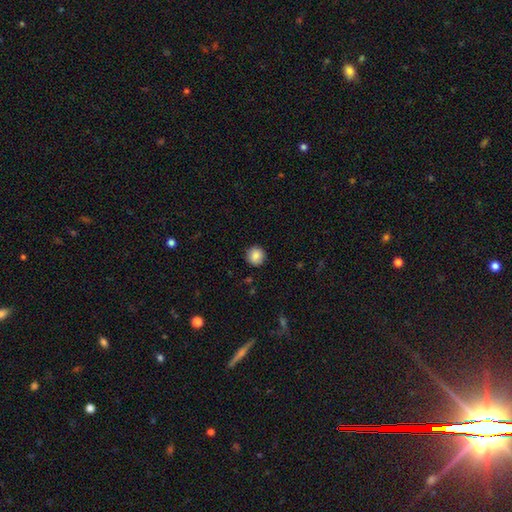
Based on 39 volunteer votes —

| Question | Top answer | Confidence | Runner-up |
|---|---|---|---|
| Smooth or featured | smooth | 92% | star or artifact (8%) |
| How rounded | round | 97% | in between (3%) |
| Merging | none | 89% | merger (6%) |